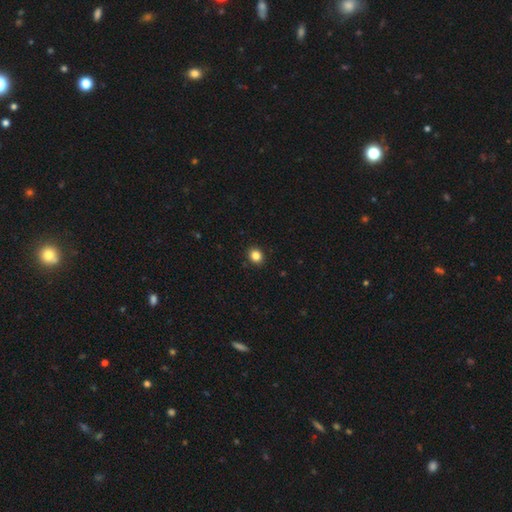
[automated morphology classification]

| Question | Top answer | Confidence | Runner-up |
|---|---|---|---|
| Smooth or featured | smooth | 85% | star or artifact (11%) |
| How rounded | round | 74% | in between (25%) |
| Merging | none | 91% | minor disturbance (6%) |